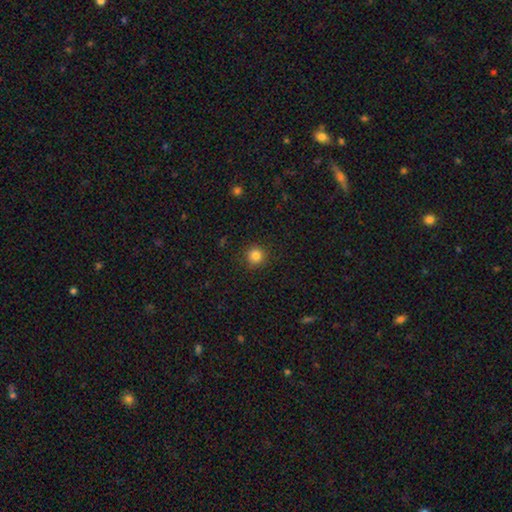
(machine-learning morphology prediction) A smooth galaxy with no disk features (84%) that is round (94%).

Vote fractions:
- Smooth or featured? smooth: 84% / star or artifact: 12% / featured or disk: 5%
- How rounded? round: 94% / in between: 5% / cigar-shaped: 1%
- Merging? none: 90% / minor disturbance: 7% / major disturbance: 2% / merger: 1%